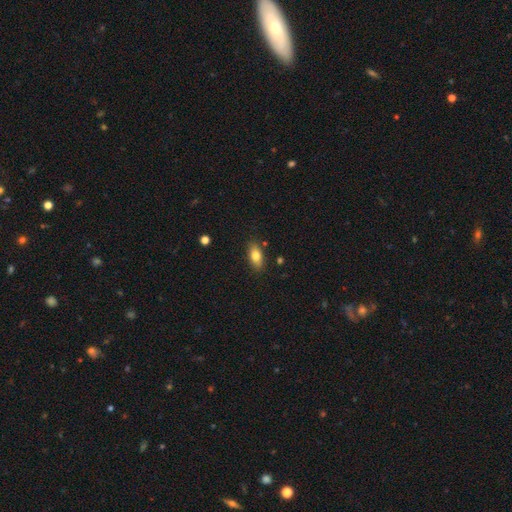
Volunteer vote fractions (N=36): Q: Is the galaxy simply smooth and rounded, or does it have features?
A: smooth — 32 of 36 (89%).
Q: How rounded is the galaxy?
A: in between — 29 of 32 (91%).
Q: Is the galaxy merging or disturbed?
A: none — 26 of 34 (76%).